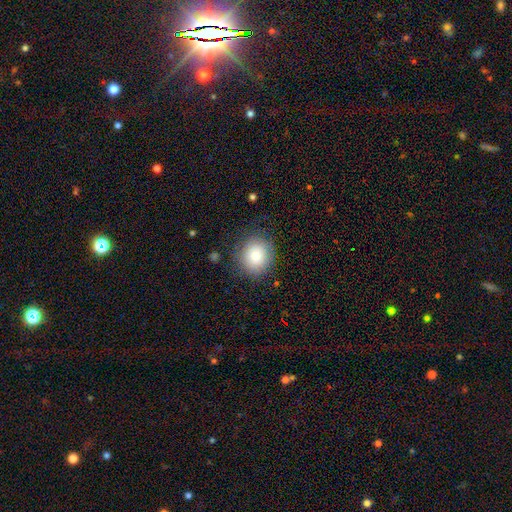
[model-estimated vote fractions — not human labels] Smooth or featured? Predicted: smooth (p=0.78). How rounded? Predicted: round (p=0.82). Merging? Predicted: none (p=0.82).